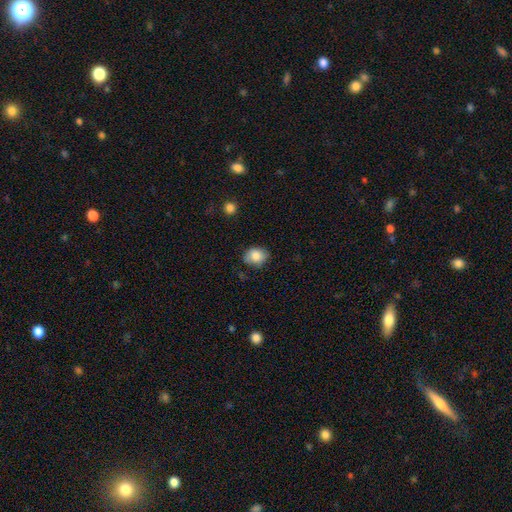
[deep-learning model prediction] A smooth galaxy with no disk features (83%) that is in between round and cigar-shaped (55%).

Vote fractions:
- Smooth or featured? smooth: 83% / featured or disk: 9% / star or artifact: 8%
- How rounded? in between: 55% / round: 44% / cigar-shaped: 1%
- Merging? none: 76% / minor disturbance: 19% / major disturbance: 3% / merger: 1%